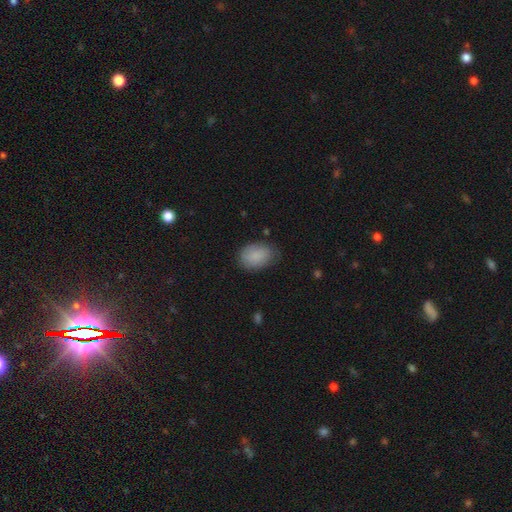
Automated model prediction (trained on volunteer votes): Q: Smooth or featured?
A: smooth (86%); runner-up: featured or disk (7%)
Q: How rounded?
A: in between (86%); runner-up: round (12%)
Q: Merging?
A: none (71%); runner-up: minor disturbance (23%)